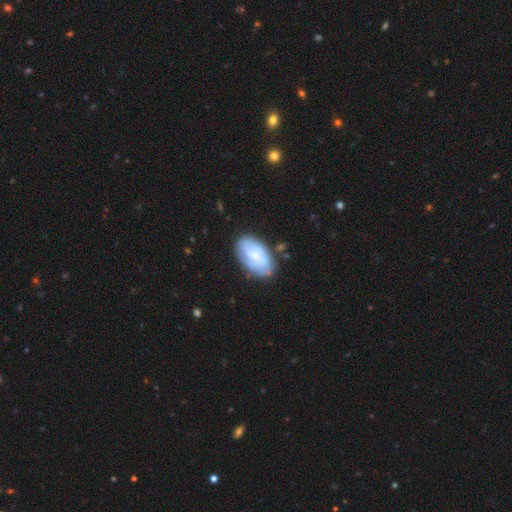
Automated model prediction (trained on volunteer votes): This is possibly a smooth galaxy (47%). Merging: likely none (68%).